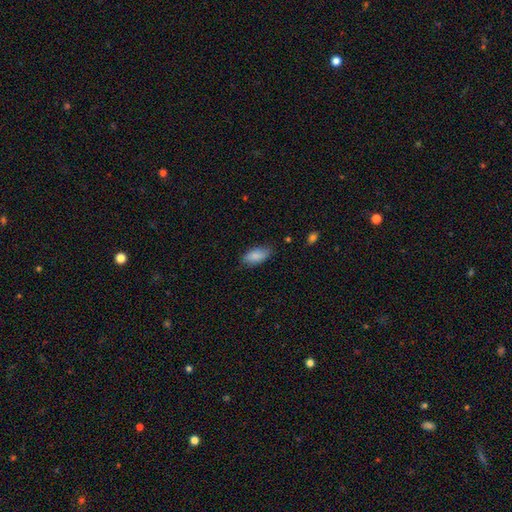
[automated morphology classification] smooth 85%, featured or disk 9%, star or artifact 6%. Down the decision tree: how rounded — in between (89%); merging — none (74%).